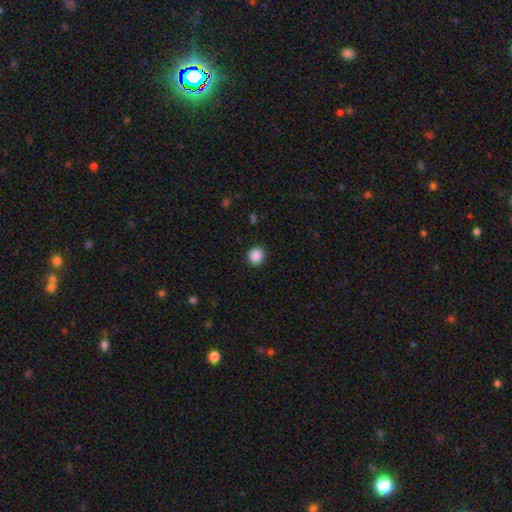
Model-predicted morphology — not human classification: This is clearly a smooth galaxy (89%). How rounded: clearly round (90%). Merging: clearly none (92%).